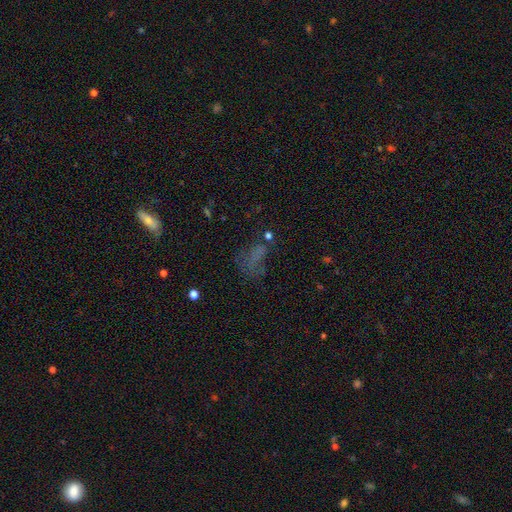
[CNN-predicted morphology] This appears to be a smooth galaxy with no disk features (43%). Merging: none (40%).